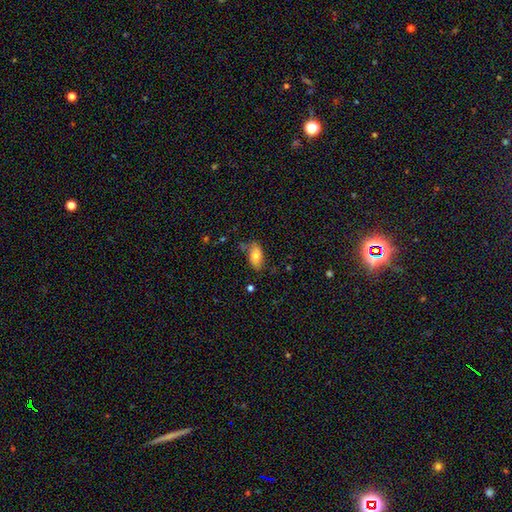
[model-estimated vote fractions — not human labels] This appears to be a smooth galaxy with no disk features (76%) that is in between round and cigar-shaped (91%). Merging: none (70%).